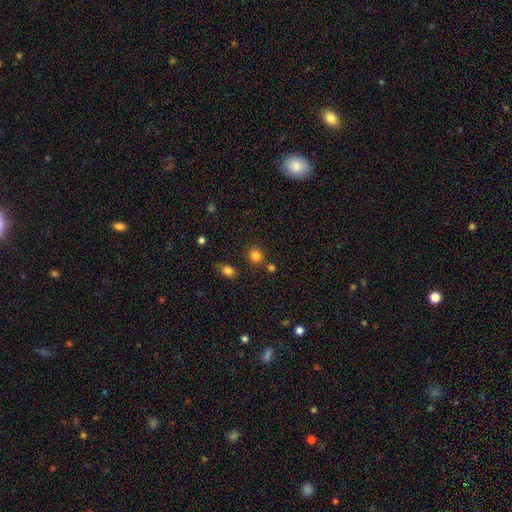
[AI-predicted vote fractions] Smooth or featured? Predicted: smooth (p=0.83). How rounded? Predicted: round (p=0.84). Merging? Predicted: none (p=0.77).